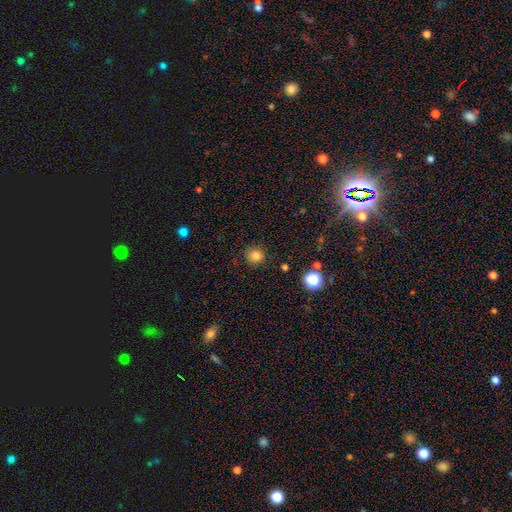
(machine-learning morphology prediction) This appears to be a smooth galaxy with no disk features (82%) that is round (92%). Merging: none (87%).